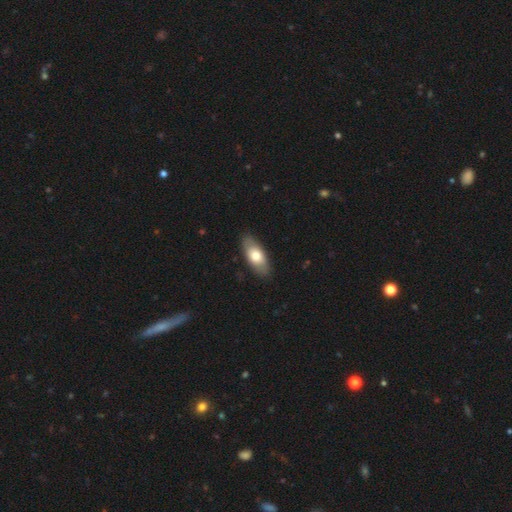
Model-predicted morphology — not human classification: Smooth or featured?
  - smooth: 68% *
  - featured or disk: 27%
  - star or artifact: 5%
How rounded?
  - in between: 86% *
  - cigar-shaped: 11%
  - round: 3%
Merging?
  - none: 85% *
  - minor disturbance: 12%
  - major disturbance: 2%
  - merger: 1%